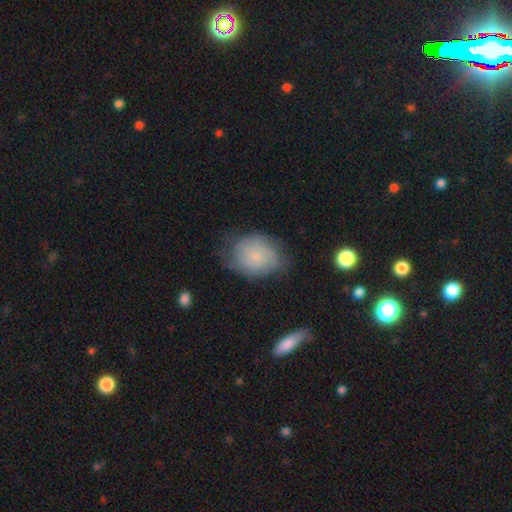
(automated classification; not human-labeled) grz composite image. It shows a featured or disk galaxy (46%). Merging: none (61%).